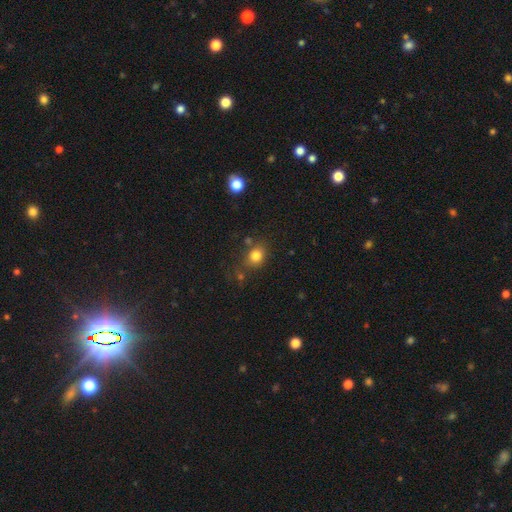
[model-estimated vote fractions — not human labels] Q: Smooth or featured?
A: smooth (81%); runner-up: star or artifact (12%)
Q: How rounded?
A: round (64%); runner-up: in between (35%)
Q: Merging?
A: none (72%); runner-up: minor disturbance (15%)